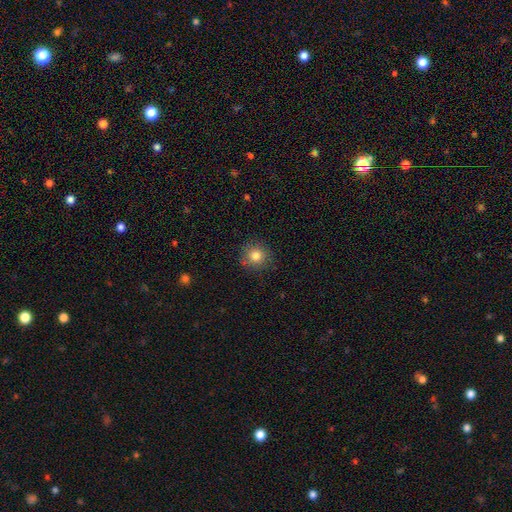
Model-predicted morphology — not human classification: Q: Smooth or featured?
A: smooth (80%); runner-up: star or artifact (12%)
Q: How rounded?
A: round (93%); runner-up: in between (6%)
Q: Merging?
A: none (87%); runner-up: minor disturbance (9%)